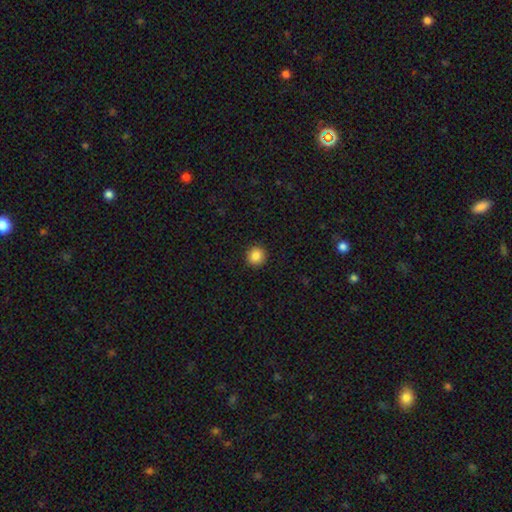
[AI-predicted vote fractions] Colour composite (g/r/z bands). It shows a smooth galaxy with no disk features (87%) that is round (90%). Merging: none (92%).